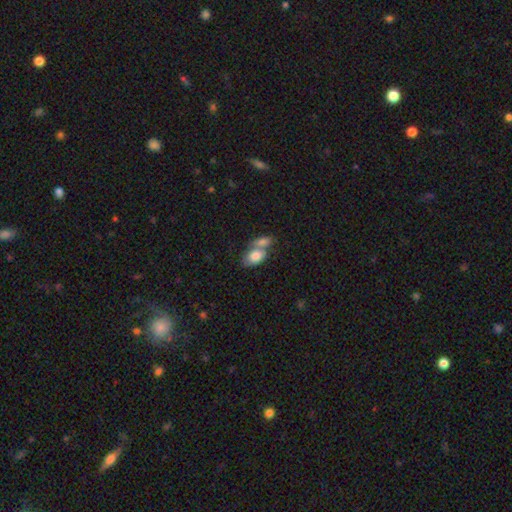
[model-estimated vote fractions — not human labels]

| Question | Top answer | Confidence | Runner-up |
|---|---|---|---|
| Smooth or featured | smooth | 80% | featured or disk (14%) |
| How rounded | in between | 89% | round (9%) |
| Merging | merger | 60% | none (27%) |